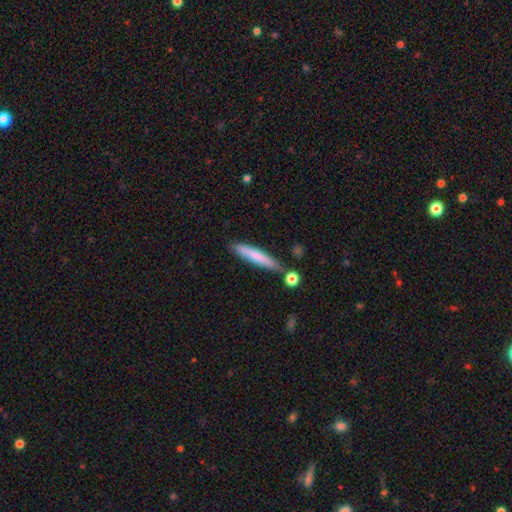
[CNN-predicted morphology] smooth 73%, featured or disk 21%, star or artifact 6%. Down the decision tree: how rounded — cigar-shaped (93%); merging — none (77%).